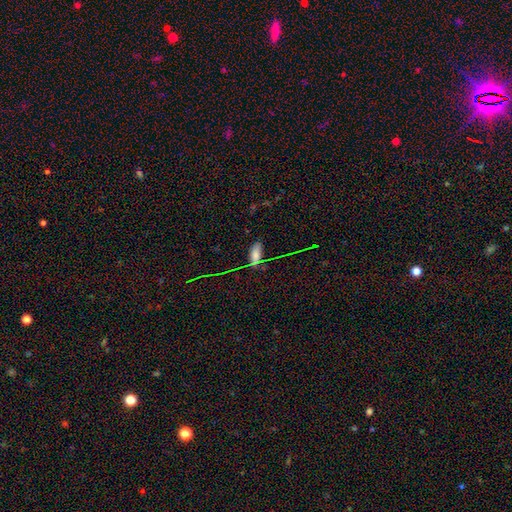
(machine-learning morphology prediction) type=smooth (66%); roundness=in between (83%); merging=none (66%).